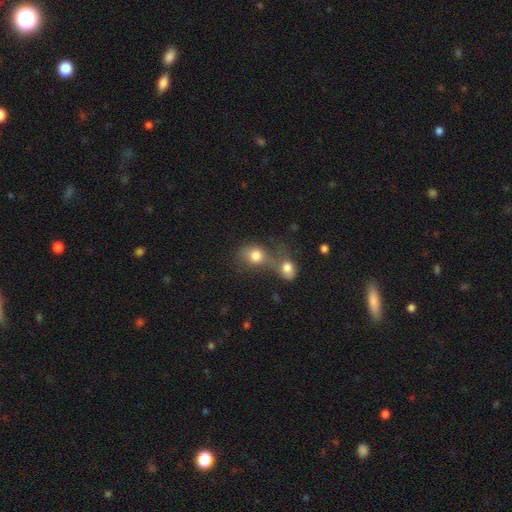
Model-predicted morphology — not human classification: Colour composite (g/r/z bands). It shows a smooth galaxy with no disk features (77%) that is round (54%). Merging: merger (61%).